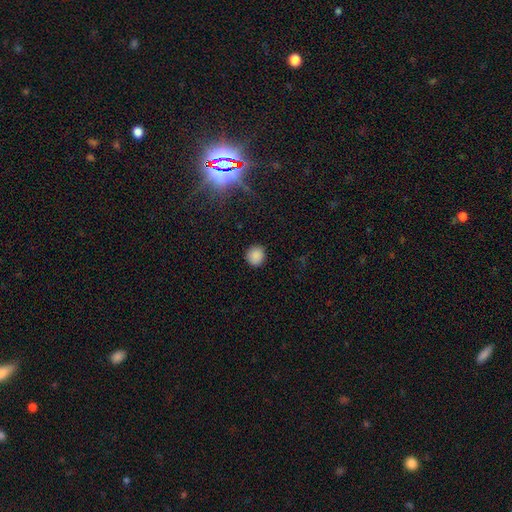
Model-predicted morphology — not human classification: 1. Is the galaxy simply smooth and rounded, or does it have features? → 86% smooth, 11% star or artifact, 3% featured or disk.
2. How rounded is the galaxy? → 92% round, 7% in between, 1% cigar-shaped.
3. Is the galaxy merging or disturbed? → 90% none, 7% minor disturbance, 2% major disturbance, 1% merger.